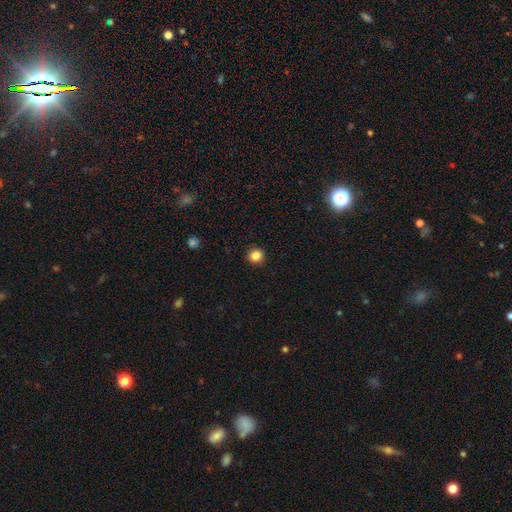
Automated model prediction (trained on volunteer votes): smooth-or-featured: smooth: 85% | star or artifact: 11% | featured or disk: 4%
  how-rounded: round: 94% | in between: 5% | cigar-shaped: 1%
  merging: none: 93% | minor disturbance: 4% | major disturbance: 2% | merger: 1%